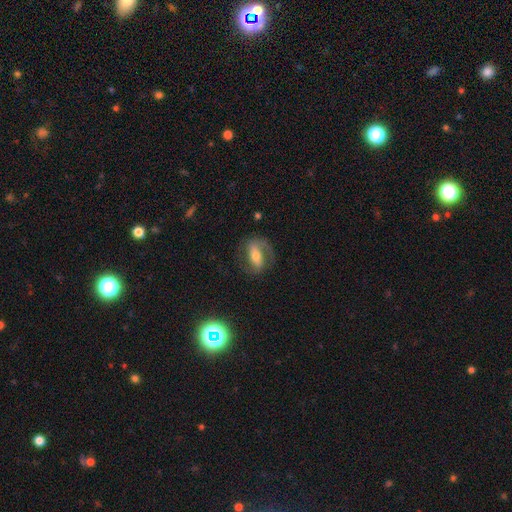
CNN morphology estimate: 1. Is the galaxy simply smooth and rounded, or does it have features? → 67% featured or disk, 25% smooth, 8% star or artifact.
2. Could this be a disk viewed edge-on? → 91% no, 9% yes.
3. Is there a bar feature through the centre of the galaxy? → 55% strong, 27% weak, 19% no.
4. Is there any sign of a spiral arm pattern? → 81% yes, 19% no.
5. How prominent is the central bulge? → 56% moderate, 33% small, 8% large, 2% none, 2% dominant.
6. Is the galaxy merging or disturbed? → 69% none, 16% minor disturbance, 13% major disturbance, 2% merger.